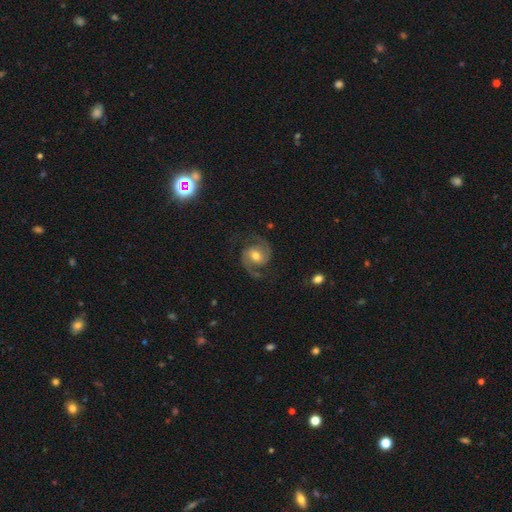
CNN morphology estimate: type=featured or disk (89%); edge-on=no (98%); bar=no (45%); spiral arms=yes (98%); winding=medium (60%); arm count=2 (94%); bulge=moderate (69%); merging=none (79%).